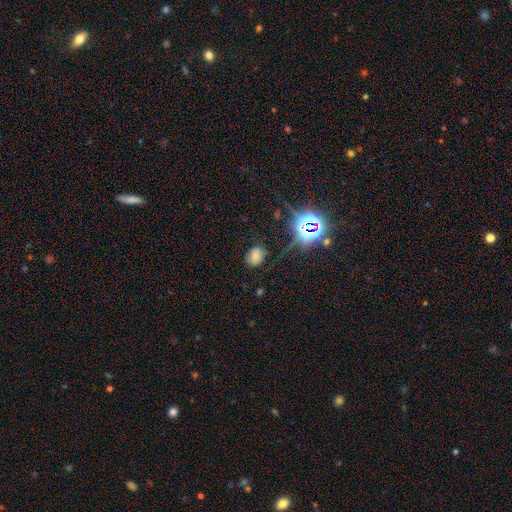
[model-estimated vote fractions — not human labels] smooth_or_featured: smooth (p=0.60) [alt: star or artifact p=0.28]
how_rounded: in between (p=0.58) [alt: round p=0.41]
merging: none (p=0.71) [alt: minor disturbance p=0.20]